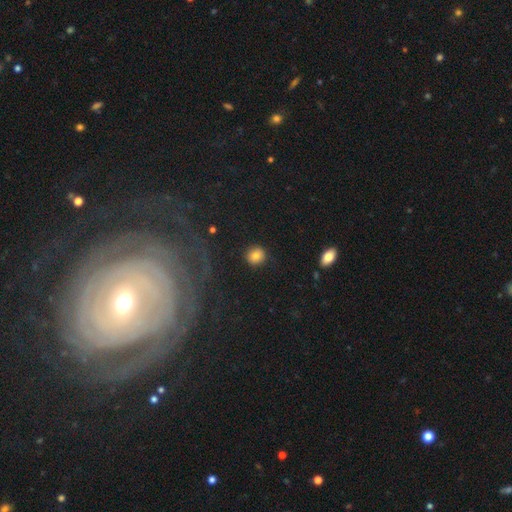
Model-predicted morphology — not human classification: Smooth or featured?
  - smooth: 81% *
  - star or artifact: 11%
  - featured or disk: 8%
How rounded?
  - round: 89% *
  - in between: 10%
  - cigar-shaped: 1%
Merging?
  - none: 88% *
  - minor disturbance: 8%
  - major disturbance: 2%
  - merger: 1%